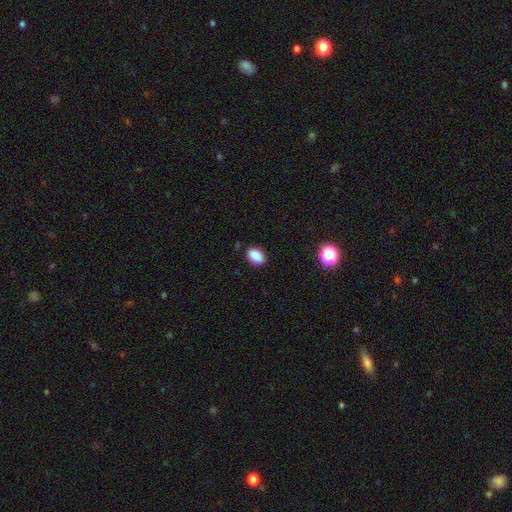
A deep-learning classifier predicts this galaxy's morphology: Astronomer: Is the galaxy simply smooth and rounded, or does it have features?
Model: smooth — 88%.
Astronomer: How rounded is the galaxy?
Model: in between — 88%.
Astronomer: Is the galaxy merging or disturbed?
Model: none — 86%.